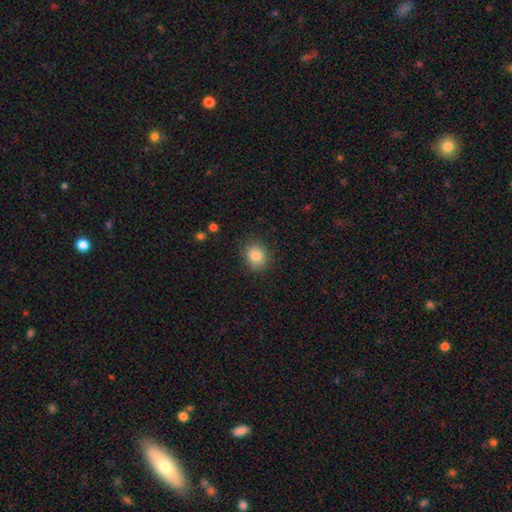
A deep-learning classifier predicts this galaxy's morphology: Smooth or featured: smooth — 84% (star or artifact — 10%)
How rounded: round — 75% (in between — 24%)
Merging: none — 87% (minor disturbance — 9%)